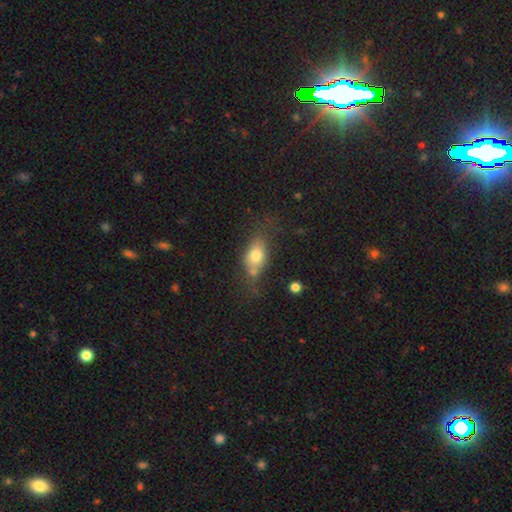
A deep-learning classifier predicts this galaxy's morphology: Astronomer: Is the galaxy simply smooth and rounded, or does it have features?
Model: smooth — 72%.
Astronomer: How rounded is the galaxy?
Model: in between — 75%.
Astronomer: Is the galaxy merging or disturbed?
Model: none — 51%.